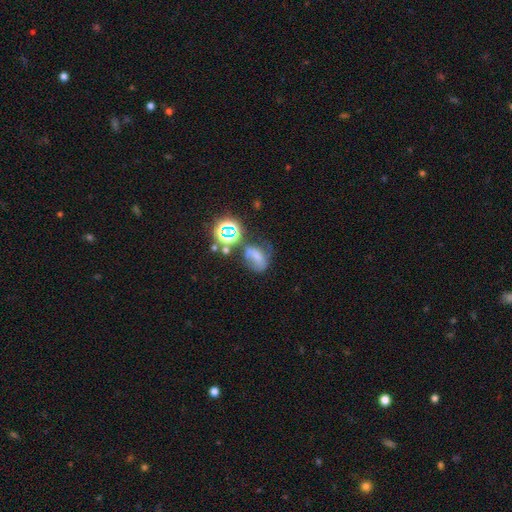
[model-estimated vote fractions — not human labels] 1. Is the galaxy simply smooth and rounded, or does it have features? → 42% smooth, 30% featured or disk, 28% star or artifact.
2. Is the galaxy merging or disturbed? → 34% none, 26% major disturbance, 26% minor disturbance, 14% merger.